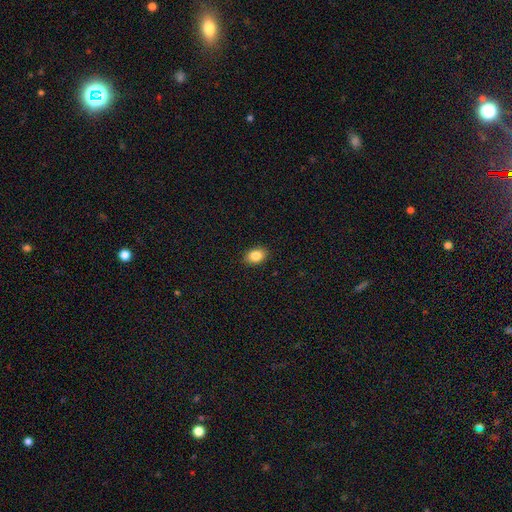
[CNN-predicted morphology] Smooth or featured? smooth (85%)
How rounded? in between (79%)
Merging? none (89%)